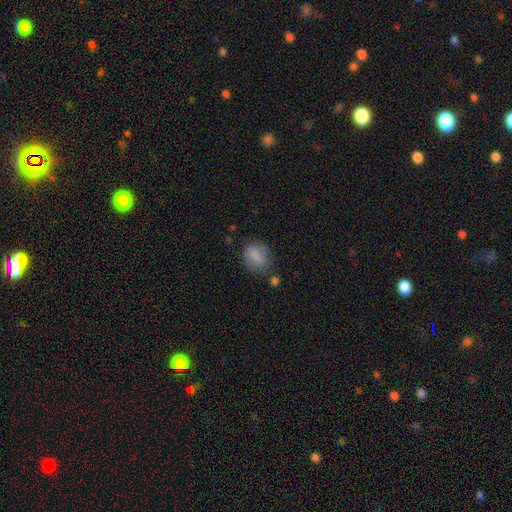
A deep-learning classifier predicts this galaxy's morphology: Smooth or featured? smooth (72%)
How rounded? round (50%)
Merging? none (64%)